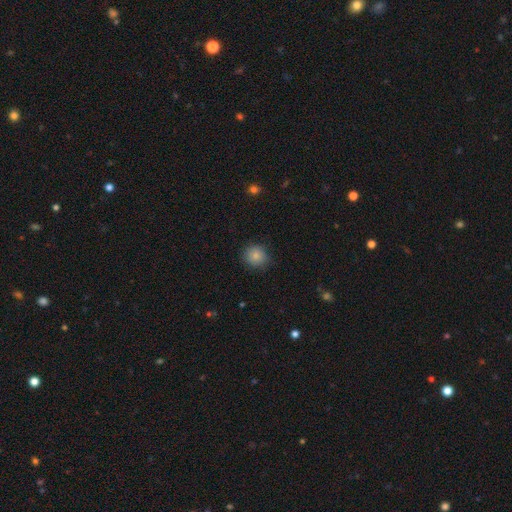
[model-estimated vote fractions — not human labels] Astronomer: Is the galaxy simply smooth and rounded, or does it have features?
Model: smooth — 84%.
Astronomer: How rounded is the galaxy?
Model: round — 87%.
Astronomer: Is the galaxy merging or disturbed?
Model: none — 84%.